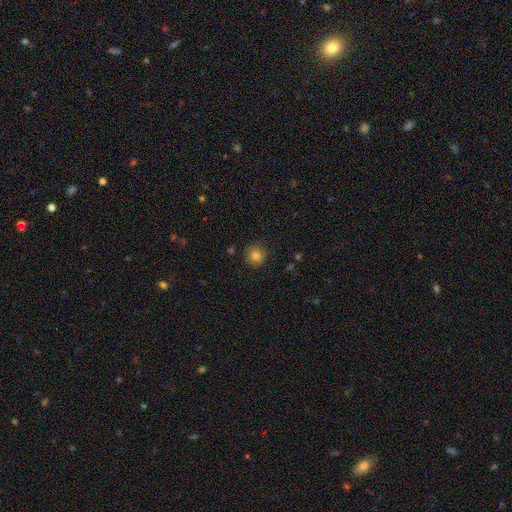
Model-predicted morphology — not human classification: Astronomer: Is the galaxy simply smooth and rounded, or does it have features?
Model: smooth — 82%.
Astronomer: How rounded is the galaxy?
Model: round — 91%.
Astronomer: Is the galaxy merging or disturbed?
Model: none — 85%.